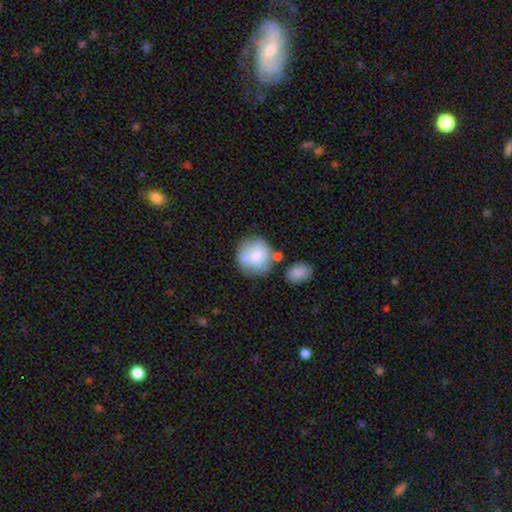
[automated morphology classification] Q: Smooth or featured?
A: smooth (76%); runner-up: featured or disk (17%)
Q: How rounded?
A: round (88%); runner-up: in between (11%)
Q: Merging?
A: none (57%); runner-up: minor disturbance (20%)